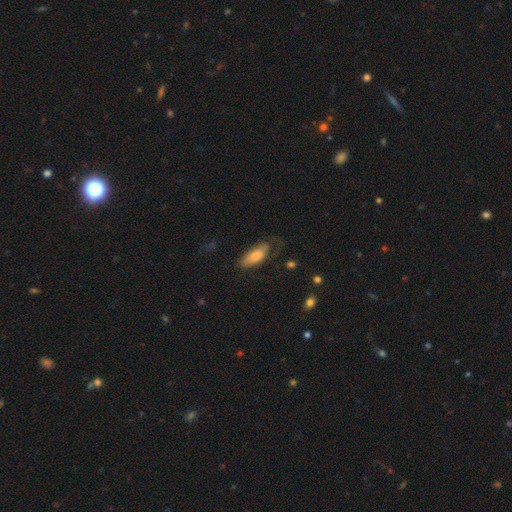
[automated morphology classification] smooth_or_featured: smooth (p=0.80) [alt: featured or disk p=0.14]
how_rounded: in between (p=0.81) [alt: cigar-shaped p=0.17]
merging: none (p=0.51) [alt: minor disturbance p=0.31]